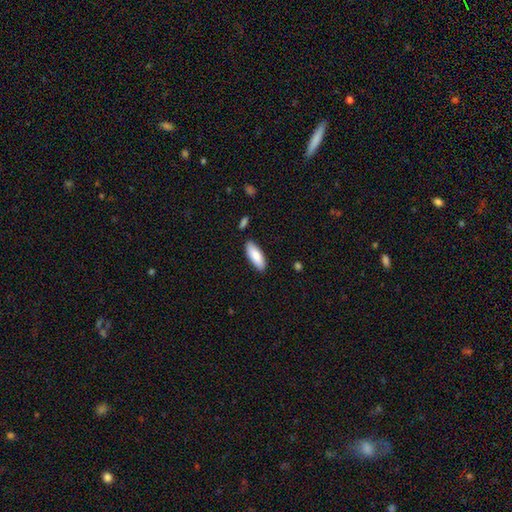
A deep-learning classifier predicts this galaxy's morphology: The model was most divided on "how rounded": in between: 73%, cigar-shaped: 26%, round: 2%. More confident: merging — none (87%); smooth or featured — smooth (85%).